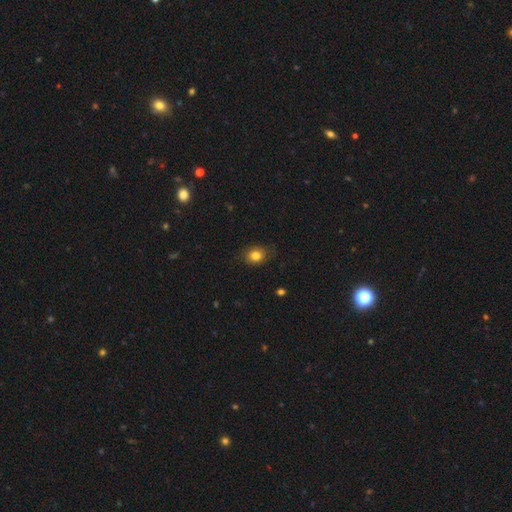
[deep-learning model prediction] Smooth or featured: smooth — 82% (star or artifact — 11%)
How rounded: round — 54% (in between — 45%)
Merging: none — 79% (minor disturbance — 16%)